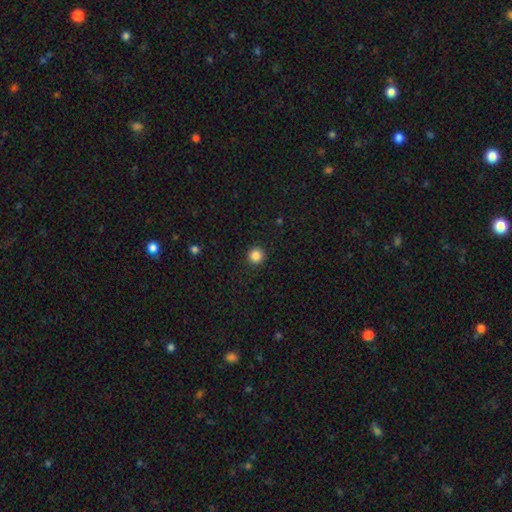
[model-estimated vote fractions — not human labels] Smooth or featured? Predicted: smooth (p=0.86). How rounded? Predicted: round (p=0.95). Merging? Predicted: none (p=0.93).